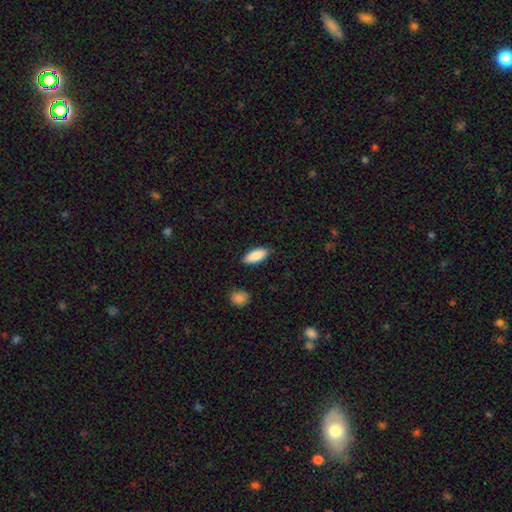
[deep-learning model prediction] A smooth galaxy with no disk features (87%) that is in between round and cigar-shaped (81%). Merging: none (85%).